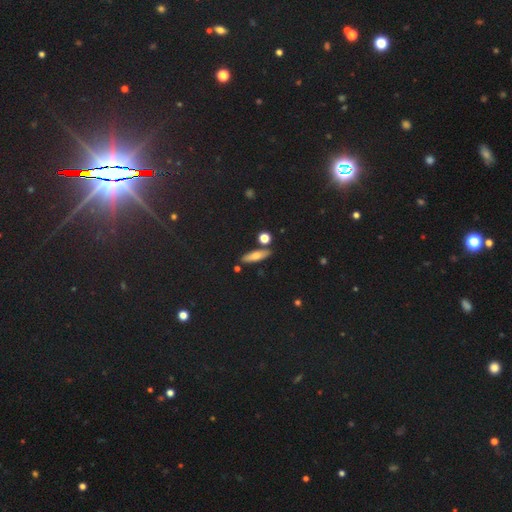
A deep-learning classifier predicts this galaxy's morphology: smooth_or_featured: smooth (p=0.60) [alt: featured or disk p=0.25]
how_rounded: cigar-shaped (p=0.52) [alt: in between p=0.41]
merging: none (p=0.83) [alt: minor disturbance p=0.09]